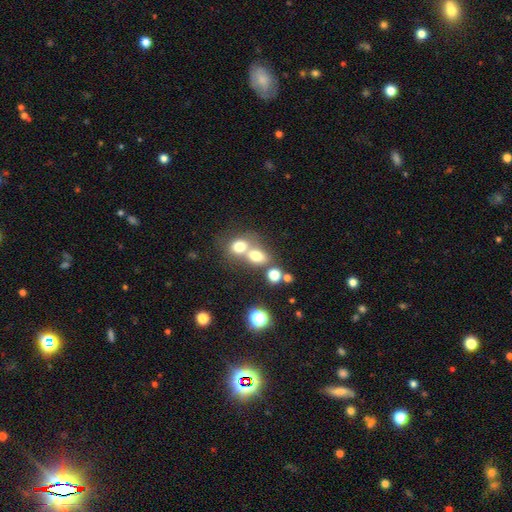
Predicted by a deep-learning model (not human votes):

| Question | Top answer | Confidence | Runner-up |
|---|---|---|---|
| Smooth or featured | smooth | 71% | featured or disk (15%) |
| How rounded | in between | 53% | round (45%) |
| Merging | merger | 58% | none (31%) |